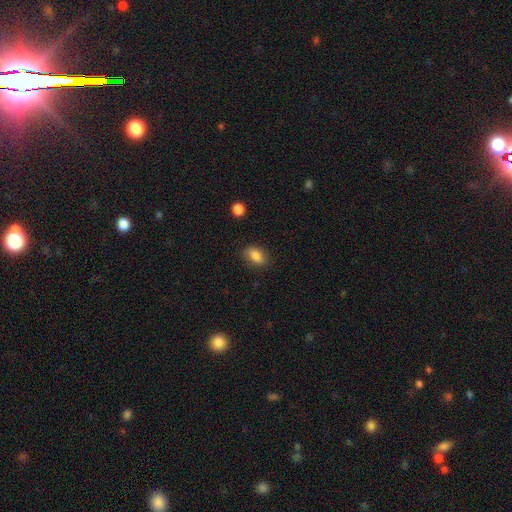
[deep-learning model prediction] Smooth or featured?
  - smooth: 84% *
  - star or artifact: 8%
  - featured or disk: 8%
How rounded?
  - in between: 86% *
  - round: 12%
  - cigar-shaped: 3%
Merging?
  - none: 82% *
  - minor disturbance: 13%
  - major disturbance: 3%
  - merger: 1%